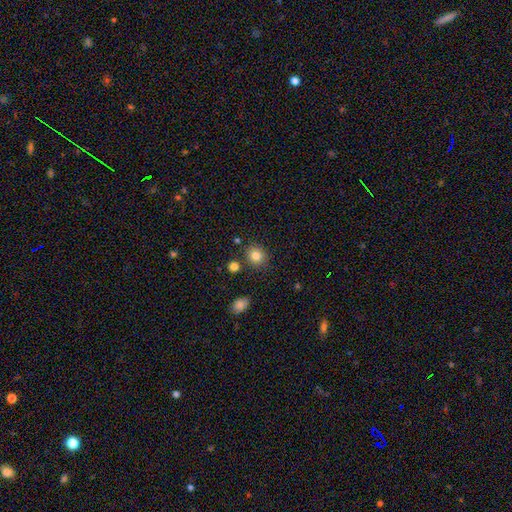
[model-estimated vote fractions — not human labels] Smooth or featured? smooth (83%)
How rounded? round (80%)
Merging? none (83%)